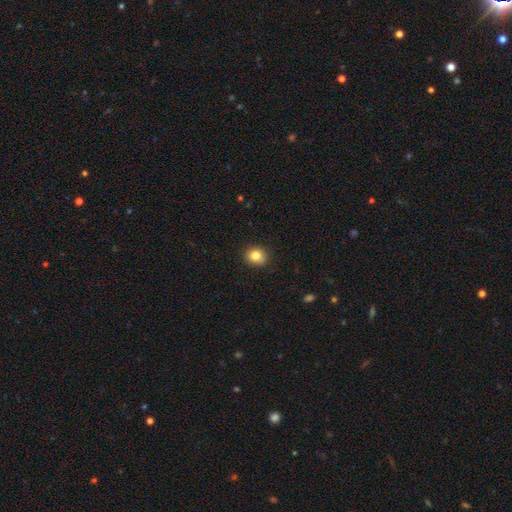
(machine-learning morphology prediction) A smooth galaxy with no disk features (83%) that is round (70%). Merging: none (87%).